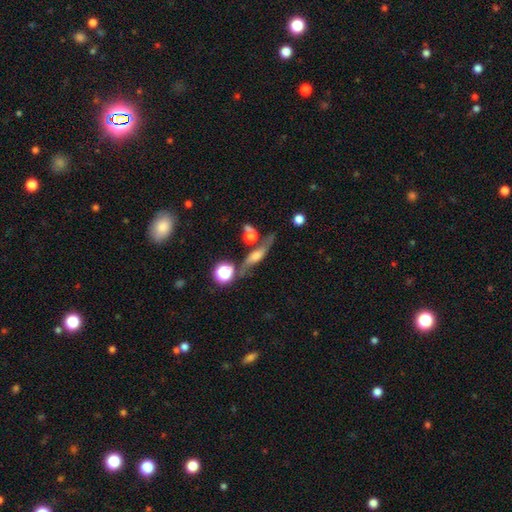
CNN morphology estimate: This appears to be a featured or disk galaxy (59%) viewed edge-on (57%). Merging: none (58%).